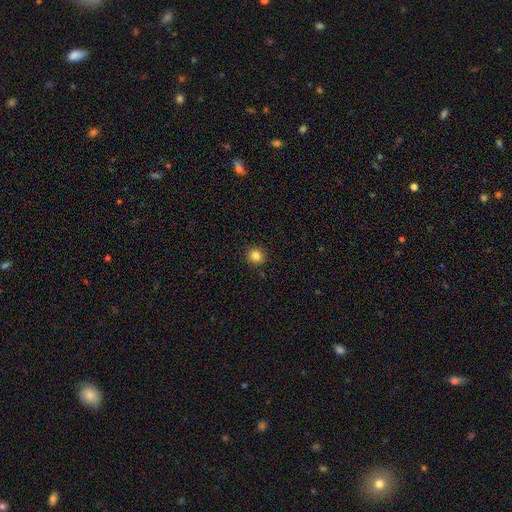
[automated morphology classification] Smooth or featured? Predicted: smooth (p=0.84). How rounded? Predicted: round (p=0.89). Merging? Predicted: none (p=0.91).